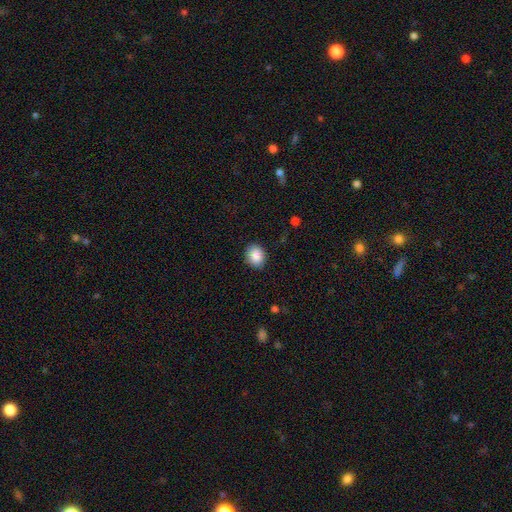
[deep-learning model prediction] The model was most divided on "how rounded": round: 51%, in between: 48%, cigar-shaped: 1%. More confident: merging — none (88%); smooth or featured — smooth (87%).